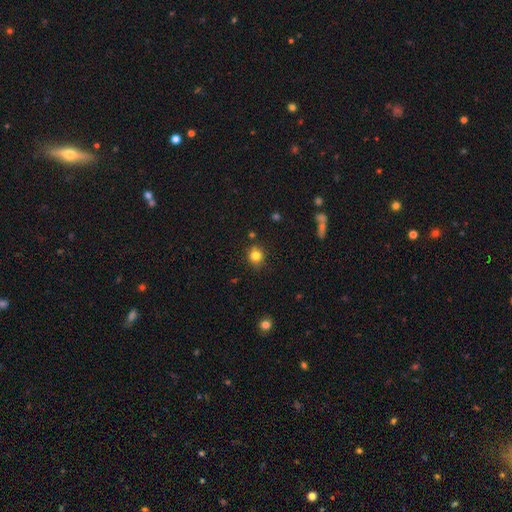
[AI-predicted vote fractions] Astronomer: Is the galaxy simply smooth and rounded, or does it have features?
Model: smooth — 81%.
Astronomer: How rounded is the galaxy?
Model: round — 81%.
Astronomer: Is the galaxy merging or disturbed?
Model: none — 82%.